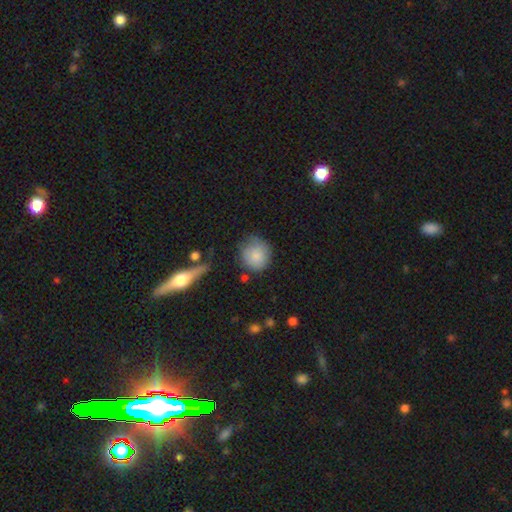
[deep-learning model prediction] Overall: smooth (82%). How rounded: round (87%). Merging: none (62%; minor disturbance 25%).